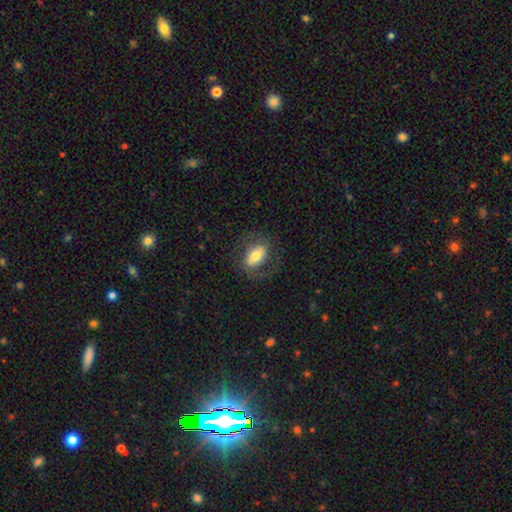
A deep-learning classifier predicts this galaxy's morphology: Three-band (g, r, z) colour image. It shows a smooth galaxy with no disk features (53%) that is in between round and cigar-shaped (85%). Merging: none (70%).